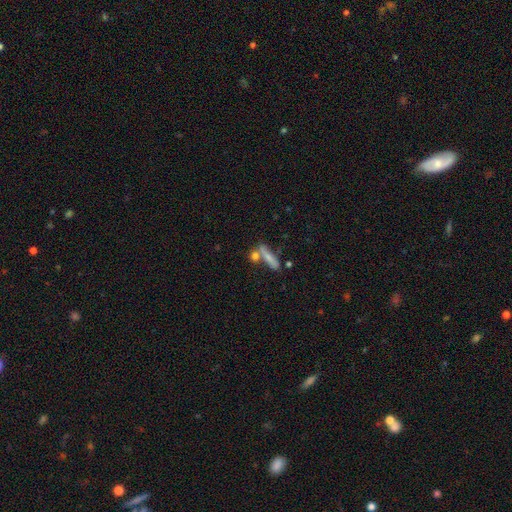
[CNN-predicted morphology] Smooth or featured? Predicted: smooth (p=0.58). How rounded? Predicted: cigar-shaped (p=0.70). Merging? Predicted: none (p=0.56).